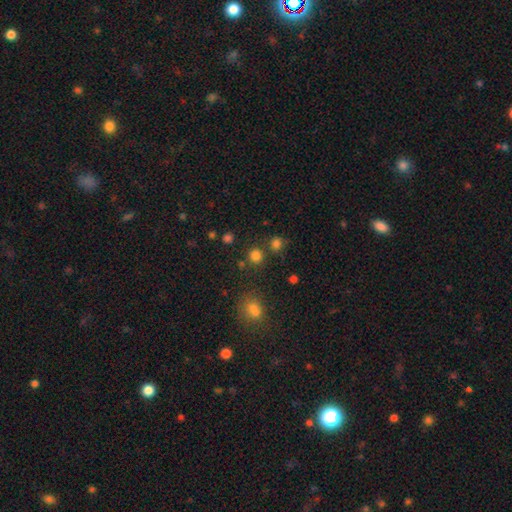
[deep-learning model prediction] The model was most divided on "smooth or featured": smooth: 78%, star or artifact: 17%, featured or disk: 5%. More confident: how rounded — round (90%); merging — none (79%).